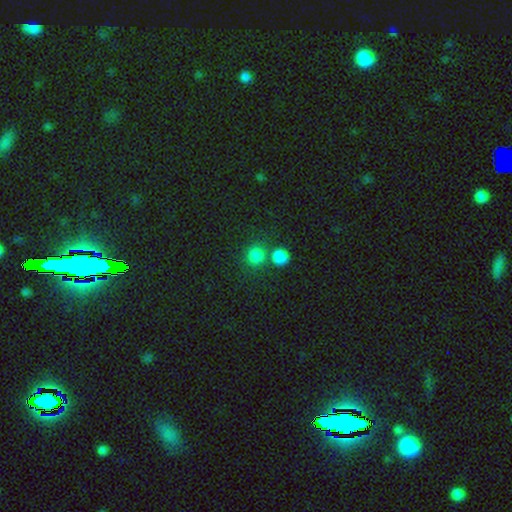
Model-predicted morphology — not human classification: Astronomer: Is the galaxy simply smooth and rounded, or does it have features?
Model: smooth — 81%.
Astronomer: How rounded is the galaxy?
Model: round — 88%.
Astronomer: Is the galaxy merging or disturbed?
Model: none — 66%.